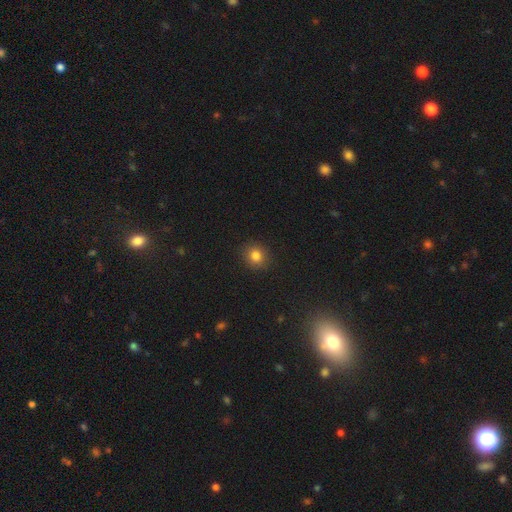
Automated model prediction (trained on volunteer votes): Overall: smooth (82%). How rounded: round (84%). Merging: none (91%).